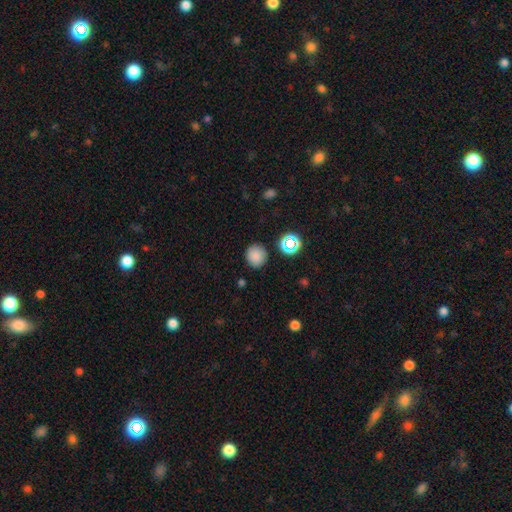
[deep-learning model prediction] This is clearly a smooth galaxy (81%). How rounded: clearly round (90%). Merging: clearly none (86%).